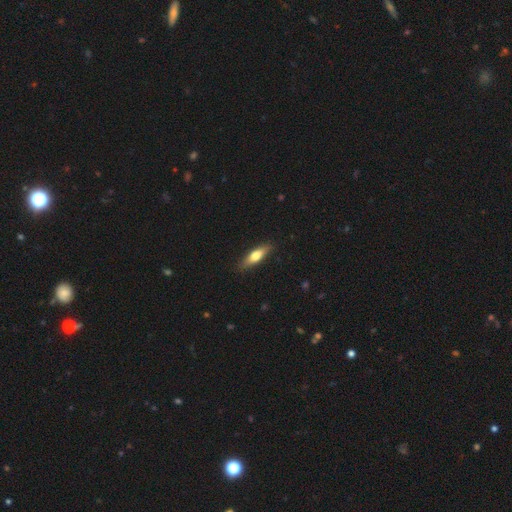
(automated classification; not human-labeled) A smooth galaxy with no disk features (62%) that is cigar-shaped (57%).

Vote fractions:
- Smooth or featured? smooth: 62% / featured or disk: 33% / star or artifact: 6%
- How rounded? cigar-shaped: 57% / in between: 41% / round: 2%
- Merging? none: 87% / minor disturbance: 10% / major disturbance: 2% / merger: 1%